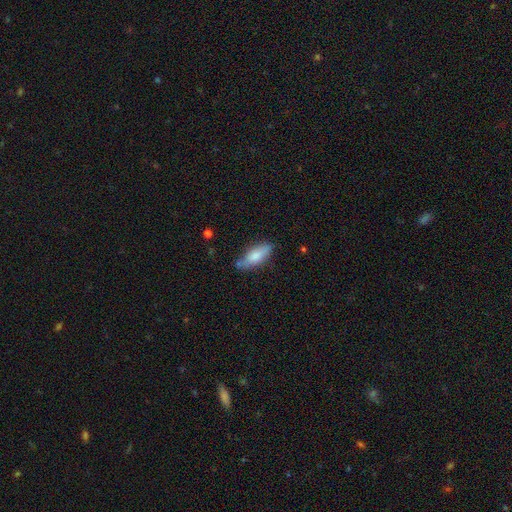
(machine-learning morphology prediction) smooth_or_featured: smooth (p=0.77) [alt: featured or disk p=0.17]
how_rounded: in between (p=0.70) [alt: cigar-shaped p=0.28]
merging: none (p=0.71) [alt: minor disturbance p=0.21]